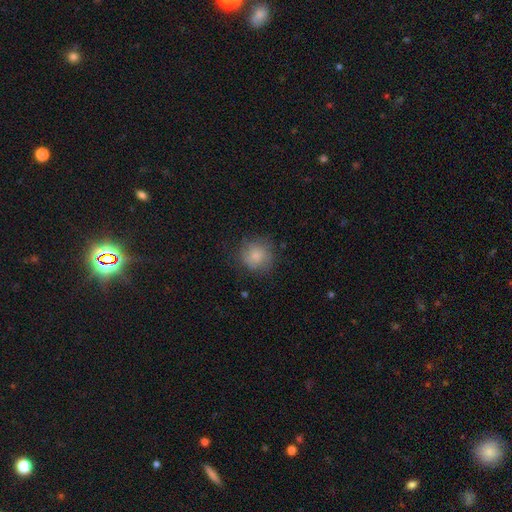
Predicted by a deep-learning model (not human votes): This appears to be a smooth galaxy with no disk features (78%) that is round (90%). Merging: none (73%).